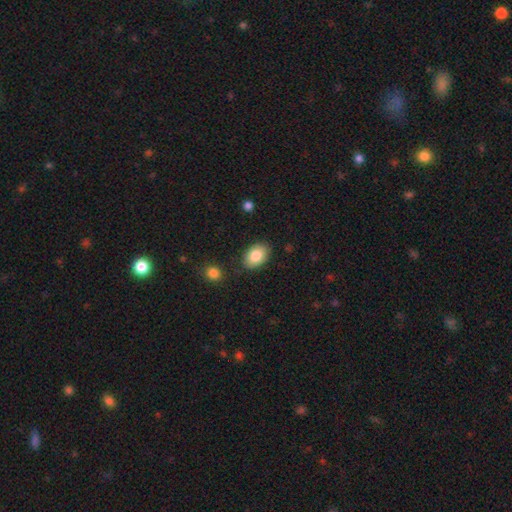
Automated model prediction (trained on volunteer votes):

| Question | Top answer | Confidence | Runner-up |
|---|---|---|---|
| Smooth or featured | smooth | 85% | featured or disk (9%) |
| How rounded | in between | 87% | round (12%) |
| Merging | none | 83% | minor disturbance (12%) |